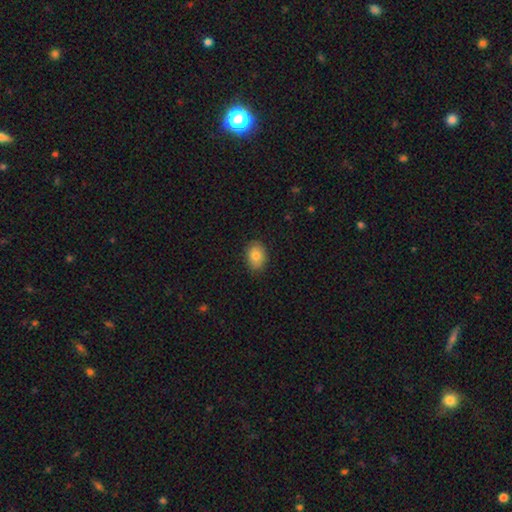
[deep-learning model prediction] smooth_or_featured: smooth (p=0.80) [alt: featured or disk p=0.12]
how_rounded: in between (p=0.73) [alt: round p=0.26]
merging: none (p=0.85) [alt: minor disturbance p=0.12]